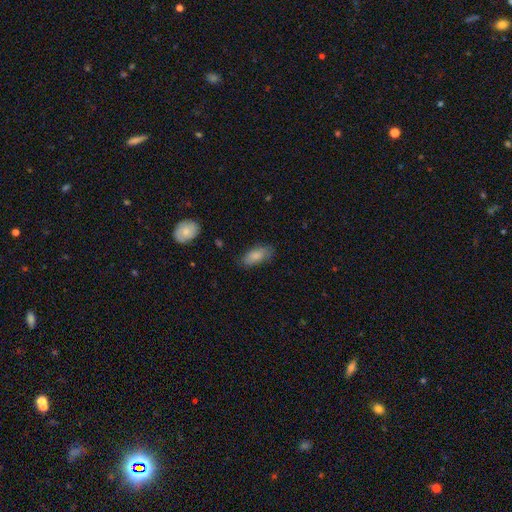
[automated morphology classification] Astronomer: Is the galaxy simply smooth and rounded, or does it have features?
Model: smooth — 82%.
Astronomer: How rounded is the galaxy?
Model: in between — 87%.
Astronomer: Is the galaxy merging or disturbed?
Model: none — 72%.